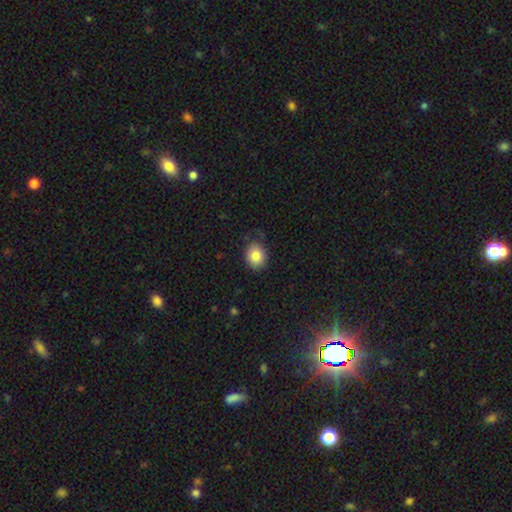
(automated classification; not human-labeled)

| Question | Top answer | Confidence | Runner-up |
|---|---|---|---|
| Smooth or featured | smooth | 83% | star or artifact (9%) |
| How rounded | round | 56% | in between (43%) |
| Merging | none | 75% | minor disturbance (19%) |